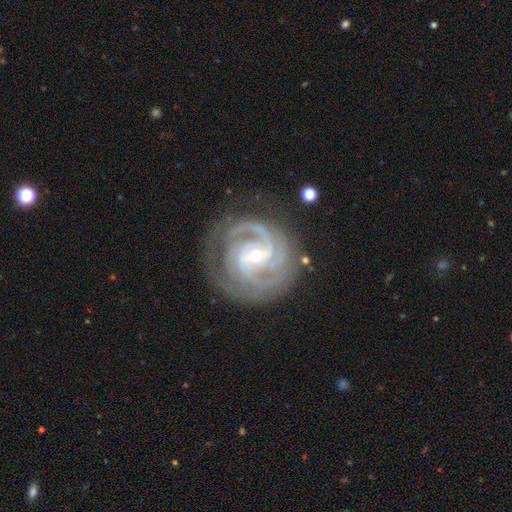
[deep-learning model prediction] Smooth or featured? featured or disk (92%)
Edge-on disk? no (98%)
Bar? weak (43%)
Spiral arms? yes (98%)
Spiral winding? tight (69%)
Spiral arm count? 3 (36%)
Bulge size? moderate (61%)
Merging? none (75%)